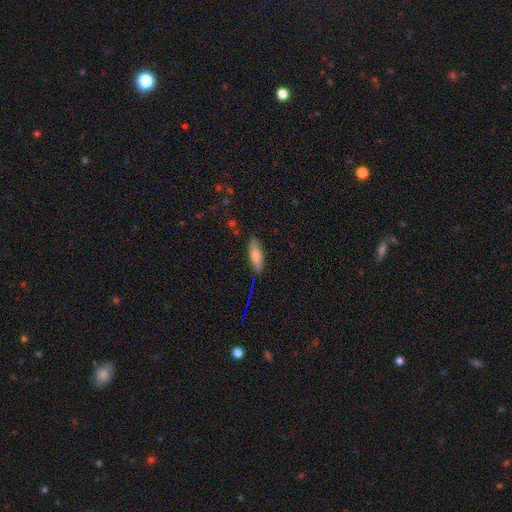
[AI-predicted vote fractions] Smooth or featured?
  - smooth: 75% *
  - featured or disk: 18%
  - star or artifact: 8%
How rounded?
  - in between: 66% *
  - cigar-shaped: 32%
  - round: 2%
Merging?
  - none: 81% *
  - minor disturbance: 14%
  - major disturbance: 3%
  - merger: 2%